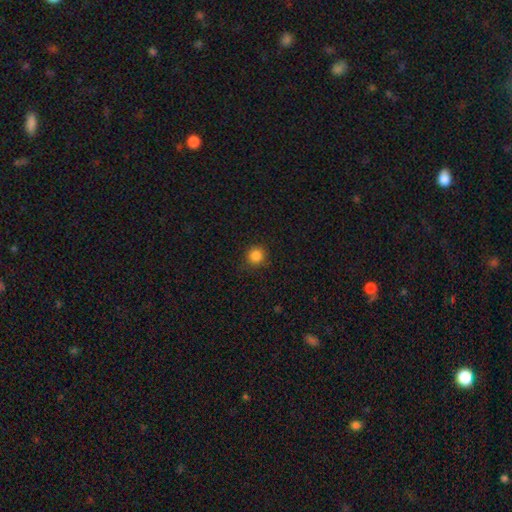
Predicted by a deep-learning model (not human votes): Morphology: type=smooth (85%); roundness=round (93%); merging=none (88%).